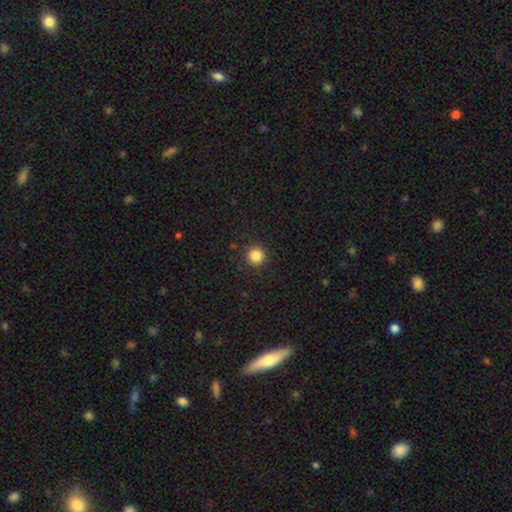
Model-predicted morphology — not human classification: Smooth or featured? Predicted: smooth (p=0.85). How rounded? Predicted: round (p=0.95). Merging? Predicted: none (p=0.91).